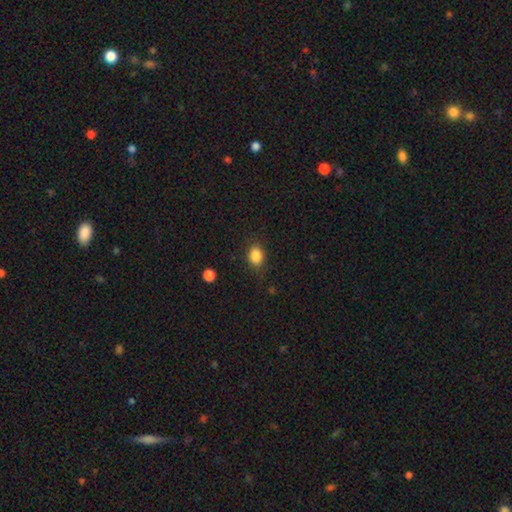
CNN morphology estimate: smooth_or_featured: smooth (p=0.86) [alt: star or artifact p=0.10]
how_rounded: in between (p=0.62) [alt: round p=0.36]
merging: none (p=0.80) [alt: minor disturbance p=0.14]